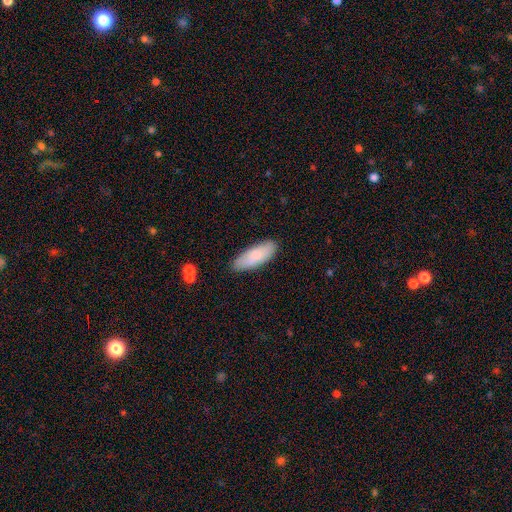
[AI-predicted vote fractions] smooth 80%, featured or disk 14%, star or artifact 6%. Down the decision tree: how rounded — in between (68%); merging — none (84%).